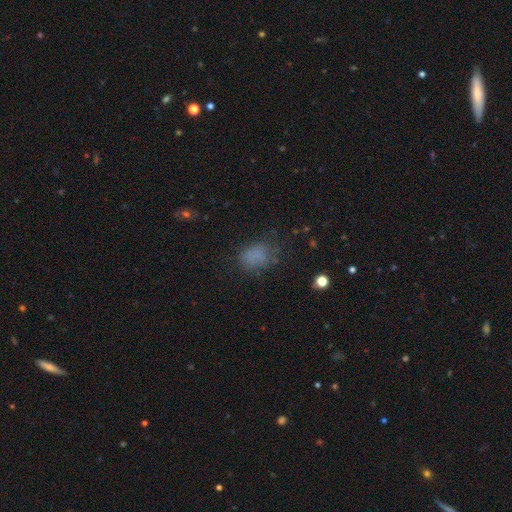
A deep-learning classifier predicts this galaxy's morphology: Smooth or featured: smooth — 75% (star or artifact — 17%)
How rounded: in between — 69% (round — 29%)
Merging: none — 67% (minor disturbance — 20%)